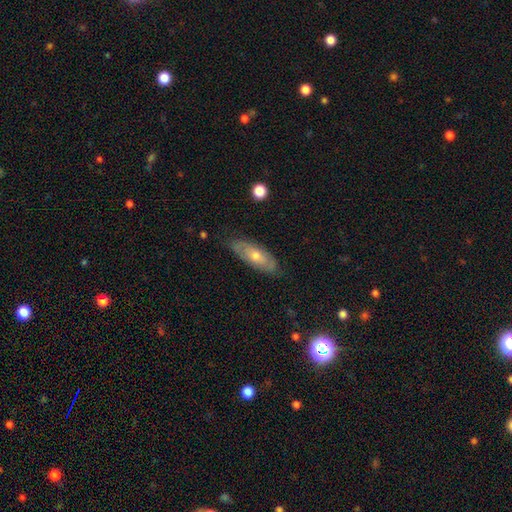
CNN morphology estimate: smooth_or_featured: featured or disk (p=0.48) [alt: smooth p=0.46]
merging: none (p=0.78) [alt: minor disturbance p=0.18]